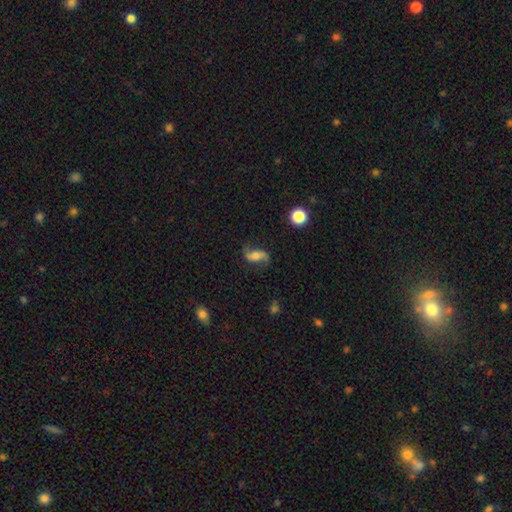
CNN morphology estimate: Smooth or featured? featured or disk (74%)
Edge-on disk? no (95%)
Bar? no (47%)
Spiral arms? yes (94%)
Spiral winding? loose (78%)
Spiral arm count? 2 (92%)
Bulge size? moderate (49%)
Merging? none (75%)